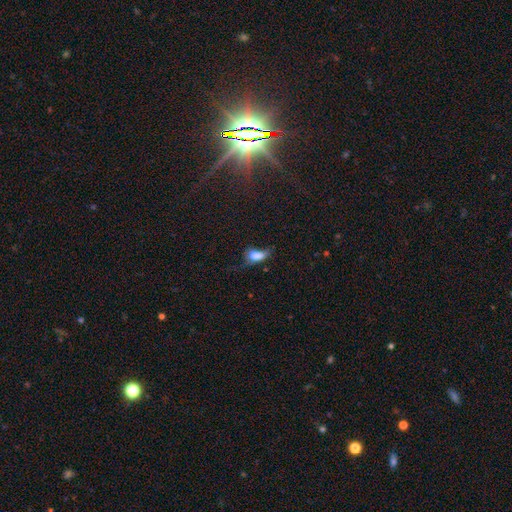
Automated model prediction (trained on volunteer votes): Overall: smooth (69%). How rounded: in between (81%). Merging: major disturbance (43%; minor disturbance 26%).